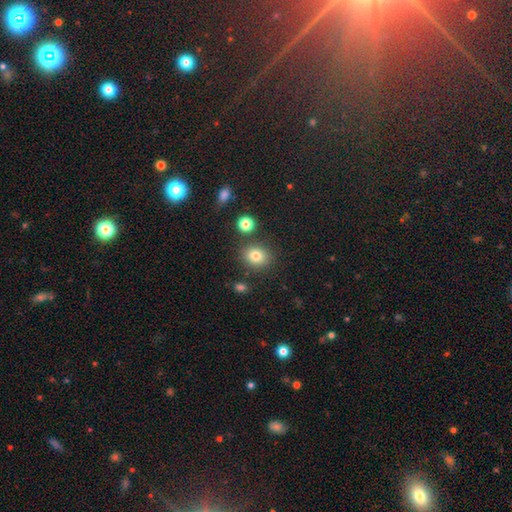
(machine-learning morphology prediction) Overall: smooth (80%). How rounded: round (68%; in between 31%). Merging: none (80%).